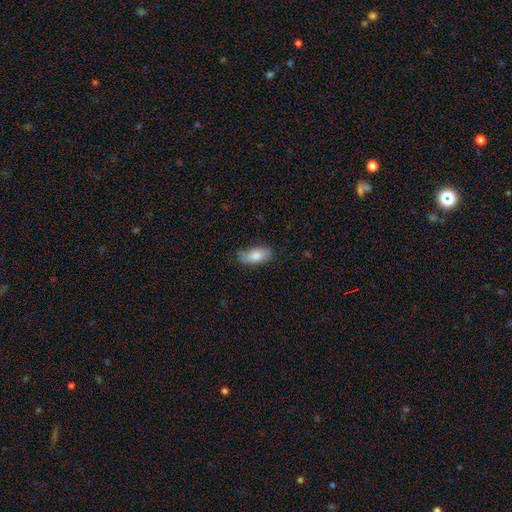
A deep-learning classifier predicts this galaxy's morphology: A smooth galaxy with no disk features (82%) that is in between round and cigar-shaped (86%).

Vote fractions:
- Smooth or featured? smooth: 82% / featured or disk: 11% / star or artifact: 7%
- How rounded? in between: 86% / cigar-shaped: 11% / round: 3%
- Merging? none: 76% / minor disturbance: 20% / major disturbance: 3% / merger: 1%